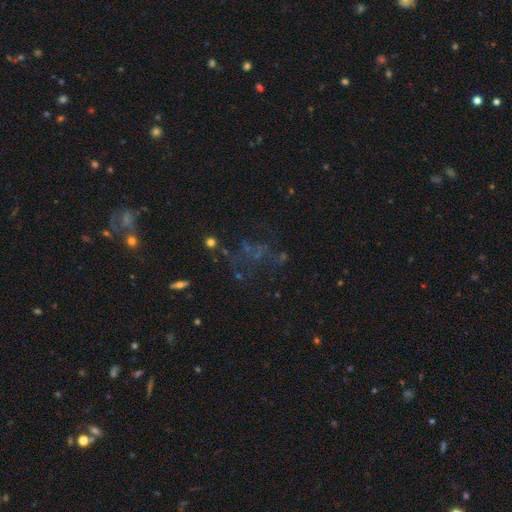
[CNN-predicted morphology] smooth_or_featured: star or artifact (p=0.48) [alt: featured or disk p=0.27]